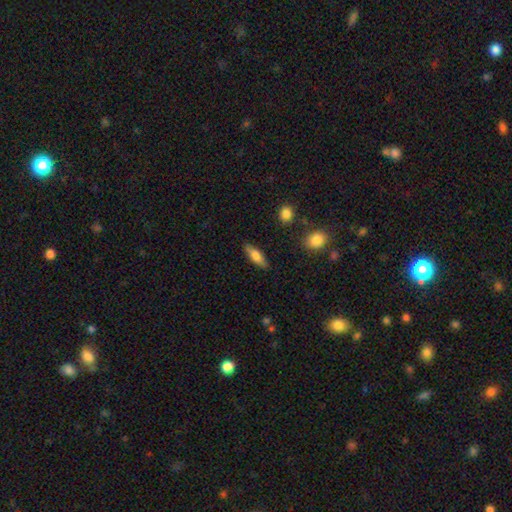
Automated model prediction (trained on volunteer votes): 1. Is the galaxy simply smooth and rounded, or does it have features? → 69% smooth, 25% featured or disk, 7% star or artifact.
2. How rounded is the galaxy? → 52% in between, 45% cigar-shaped, 3% round.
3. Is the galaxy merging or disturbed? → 86% none, 10% minor disturbance, 2% major disturbance, 2% merger.